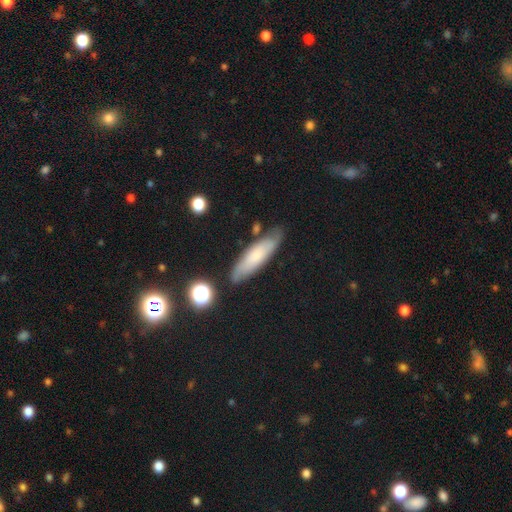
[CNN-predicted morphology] smooth-or-featured: smooth: 58% | featured or disk: 34% | star or artifact: 8%
  how-rounded: cigar-shaped: 65% | in between: 33% | round: 2%
  merging: none: 77% | minor disturbance: 16% | major disturbance: 4% | merger: 3%